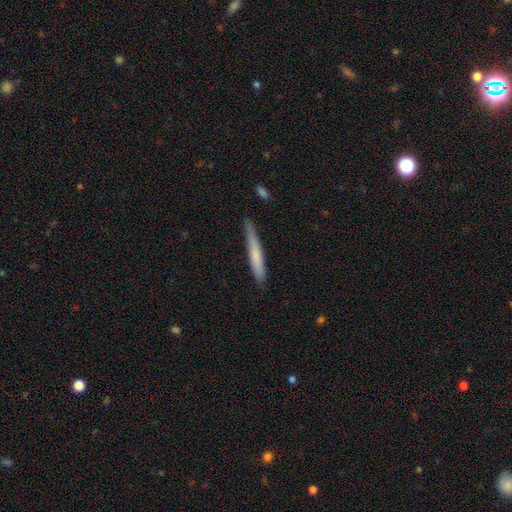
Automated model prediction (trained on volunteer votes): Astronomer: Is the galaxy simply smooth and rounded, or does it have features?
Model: smooth — 63%.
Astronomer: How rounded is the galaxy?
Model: cigar-shaped — 95%.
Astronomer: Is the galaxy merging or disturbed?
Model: none — 78%.